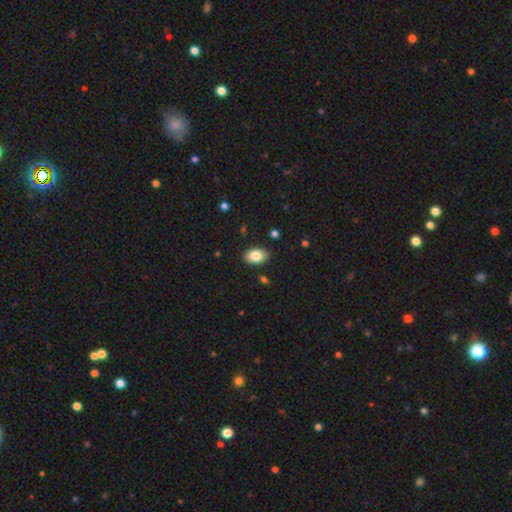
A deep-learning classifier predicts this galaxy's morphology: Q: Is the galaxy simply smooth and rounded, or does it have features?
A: smooth — 83%.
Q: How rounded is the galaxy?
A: in between — 90%.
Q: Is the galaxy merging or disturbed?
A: none — 88%.